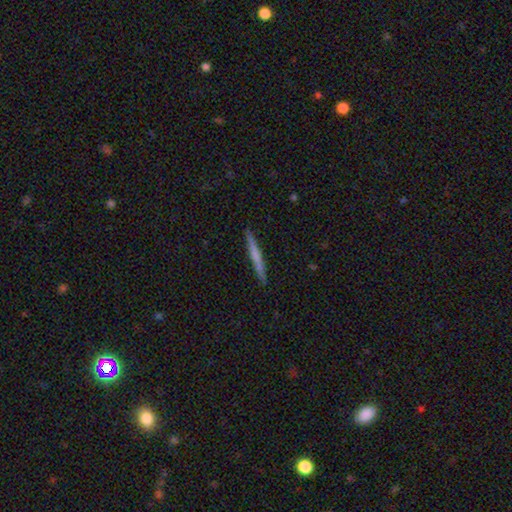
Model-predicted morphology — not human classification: A smooth galaxy with no disk features (53%) that is cigar-shaped (96%).

Vote fractions:
- Smooth or featured? smooth: 53% / featured or disk: 42% / star or artifact: 6%
- How rounded? cigar-shaped: 96% / in between: 2% / round: 2%
- Merging? none: 92% / minor disturbance: 5% / major disturbance: 1% / merger: 1%